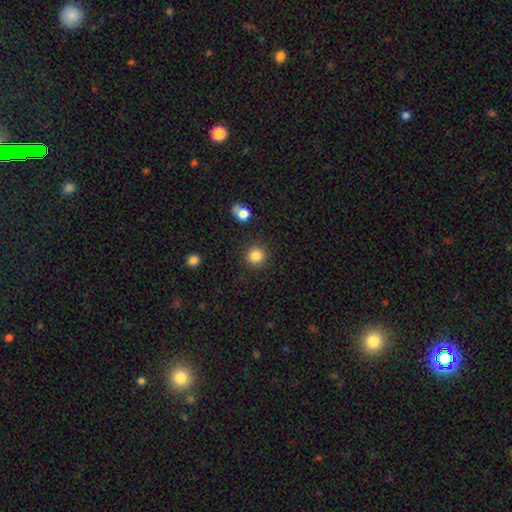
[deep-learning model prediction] Smooth or featured: smooth — 85% (star or artifact — 11%)
How rounded: round — 93% (in between — 6%)
Merging: none — 89% (minor disturbance — 6%)